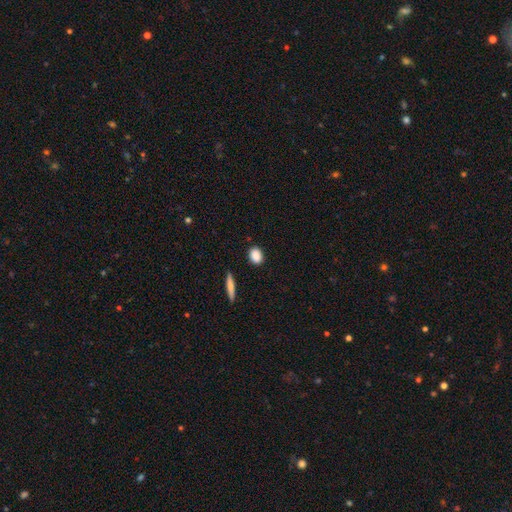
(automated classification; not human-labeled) Morphology: type=smooth (88%); roundness=in between (61%); merging=none (88%).